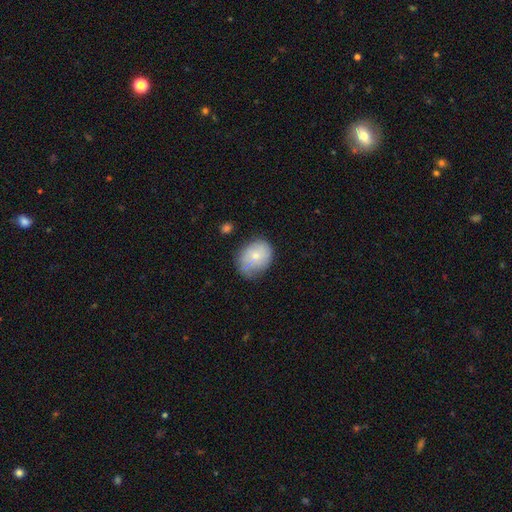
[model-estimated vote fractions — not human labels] A smooth galaxy with no disk features (69%) that is in between round and cigar-shaped (53%). Merging: none (55%).